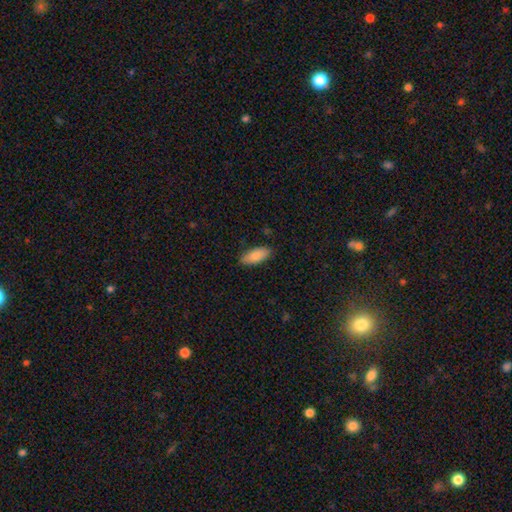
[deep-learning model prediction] The model was most divided on "how rounded": in between: 83%, cigar-shaped: 15%, round: 2%. More confident: merging — none (85%); smooth or featured — smooth (84%).